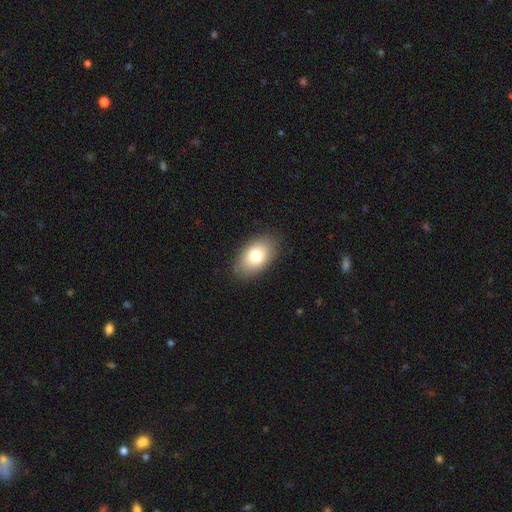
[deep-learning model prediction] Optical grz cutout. It shows a smooth galaxy with no disk features (78%) that is in between round and cigar-shaped (91%). Merging: none (86%).